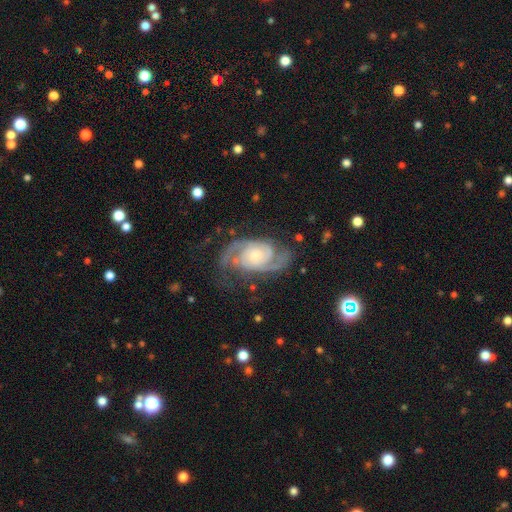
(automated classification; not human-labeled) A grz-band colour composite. It shows a featured or disk galaxy (91%) with no bar (70%), 2 (79%) tight (49%) spiral arms (98%) and a small central bulge (60%). Merging: none (71%).